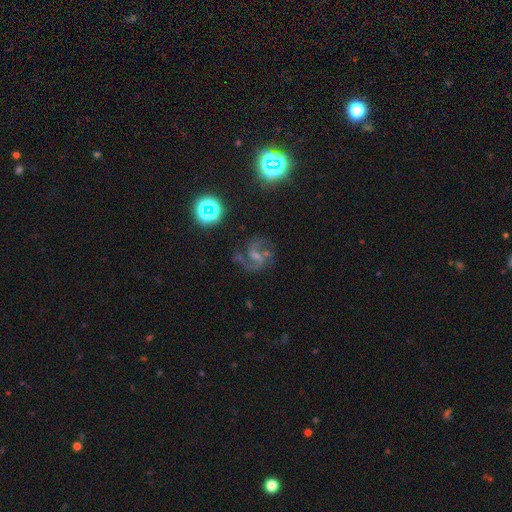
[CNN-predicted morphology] This appears to be a featured or disk galaxy (74%) with a weak bar (52%), 2 (79%) medium (52%) spiral arms (94%) and a small central bulge (50%). Merging: none (66%).